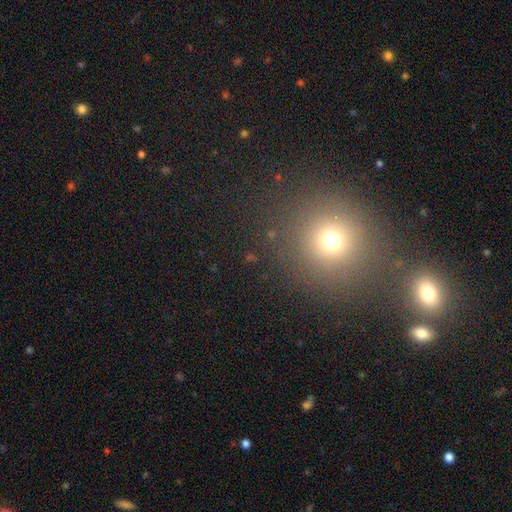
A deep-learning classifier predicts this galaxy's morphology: This appears to be a smooth galaxy with no disk features (56%) that is round (90%). Merging: none (80%).